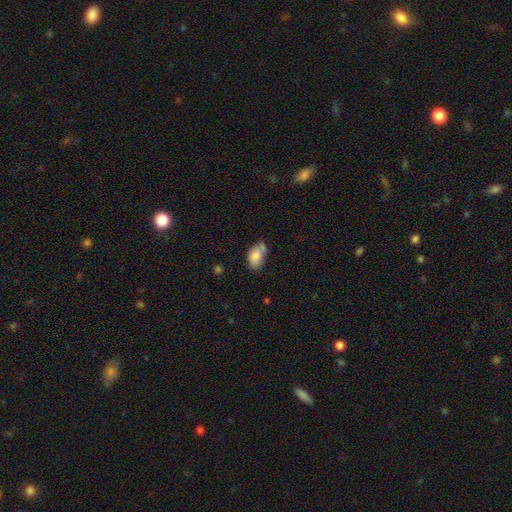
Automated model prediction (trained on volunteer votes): smooth_or_featured: smooth (p=0.80) [alt: featured or disk p=0.13]
how_rounded: in between (p=0.91) [alt: round p=0.08]
merging: none (p=0.49) [alt: minor disturbance p=0.28]